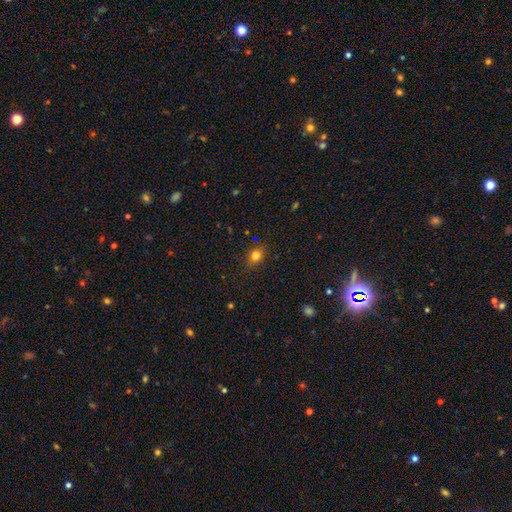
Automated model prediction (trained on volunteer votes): This appears to be a smooth galaxy with no disk features (77%) that is round (54%). Merging: none (84%).